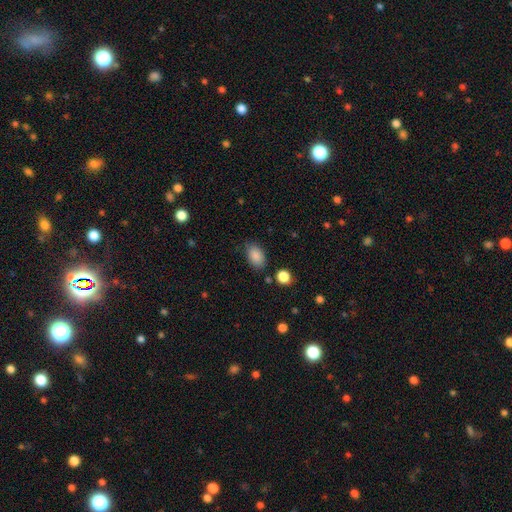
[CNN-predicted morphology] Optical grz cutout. It shows a smooth galaxy with no disk features (88%) that is in between round and cigar-shaped (89%). Merging: none (79%).